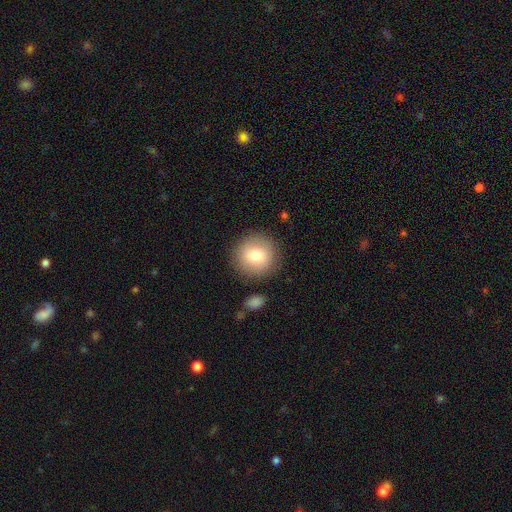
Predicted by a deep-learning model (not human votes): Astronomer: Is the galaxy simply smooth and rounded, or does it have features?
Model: smooth — 78%.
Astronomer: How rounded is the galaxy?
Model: round — 94%.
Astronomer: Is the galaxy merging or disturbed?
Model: none — 86%.